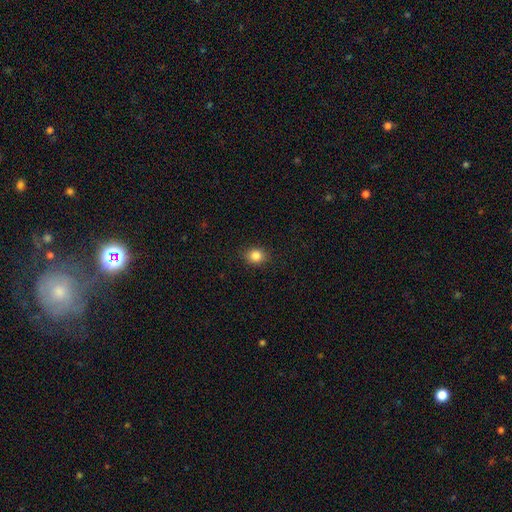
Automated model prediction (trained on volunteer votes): Q: Smooth or featured?
A: smooth (84%); runner-up: star or artifact (11%)
Q: How rounded?
A: round (70%); runner-up: in between (29%)
Q: Merging?
A: none (90%); runner-up: minor disturbance (7%)